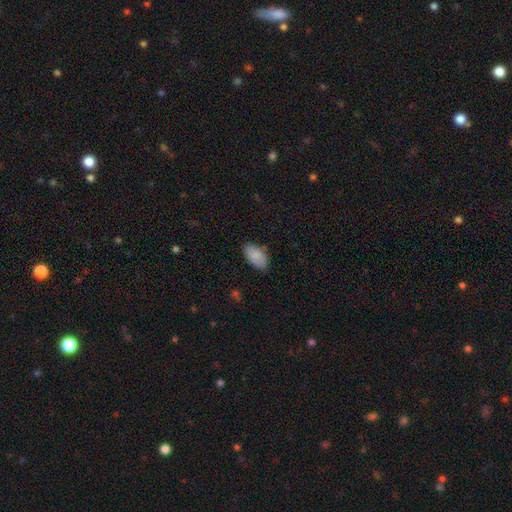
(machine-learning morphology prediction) Q: Smooth or featured?
A: smooth (87%); runner-up: featured or disk (7%)
Q: How rounded?
A: in between (95%); runner-up: round (3%)
Q: Merging?
A: none (79%); runner-up: minor disturbance (16%)